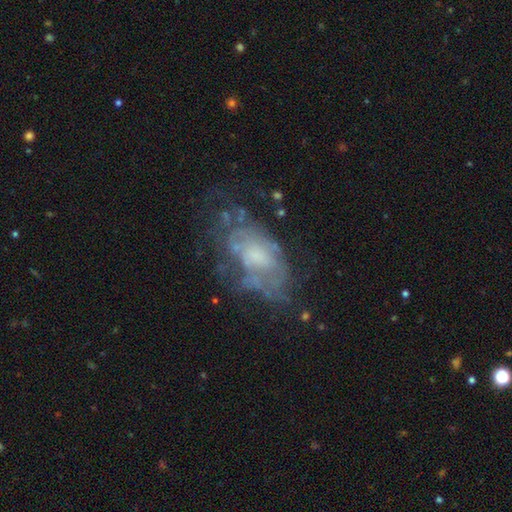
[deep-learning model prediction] smooth_or_featured: featured or disk (p=0.64) [alt: smooth p=0.25]
disk_edge_on: no (p=0.94) [alt: yes p=0.06]
bar: no (p=0.77) [alt: weak p=0.19]
has_spiral_arms: no (p=0.60) [alt: yes p=0.40]
bulge_size: moderate (p=0.35) [alt: small p=0.31]
merging: none (p=0.51) [alt: minor disturbance p=0.23]